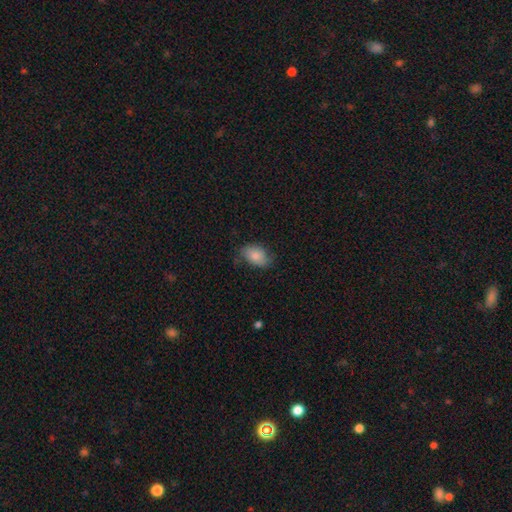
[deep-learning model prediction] Smooth or featured?
  - smooth: 80% *
  - featured or disk: 12%
  - star or artifact: 7%
How rounded?
  - in between: 86% *
  - round: 13%
  - cigar-shaped: 1%
Merging?
  - none: 67% *
  - minor disturbance: 25%
  - major disturbance: 7%
  - merger: 1%